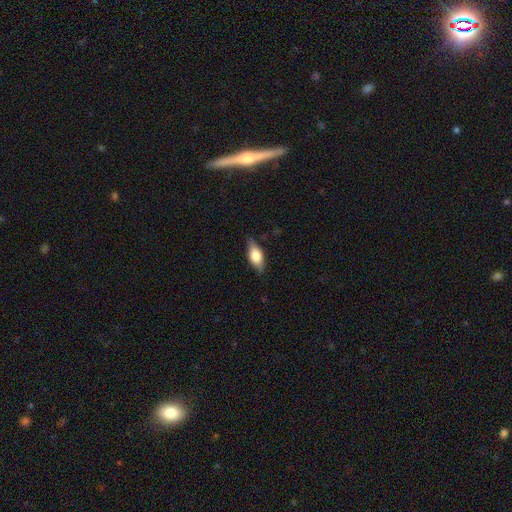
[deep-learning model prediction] smooth_or_featured: smooth (p=0.64) [alt: featured or disk p=0.29]
how_rounded: in between (p=0.80) [alt: cigar-shaped p=0.15]
merging: none (p=0.80) [alt: minor disturbance p=0.16]